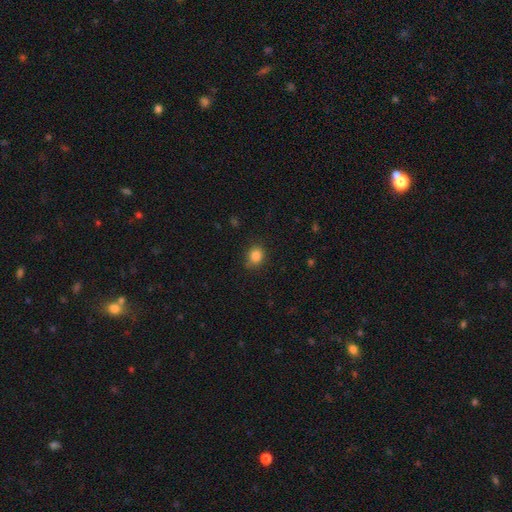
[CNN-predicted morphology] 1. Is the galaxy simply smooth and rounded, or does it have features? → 85% smooth, 11% star or artifact, 5% featured or disk.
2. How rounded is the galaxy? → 67% round, 32% in between, 1% cigar-shaped.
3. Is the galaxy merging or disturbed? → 78% none, 17% minor disturbance, 3% major disturbance, 1% merger.